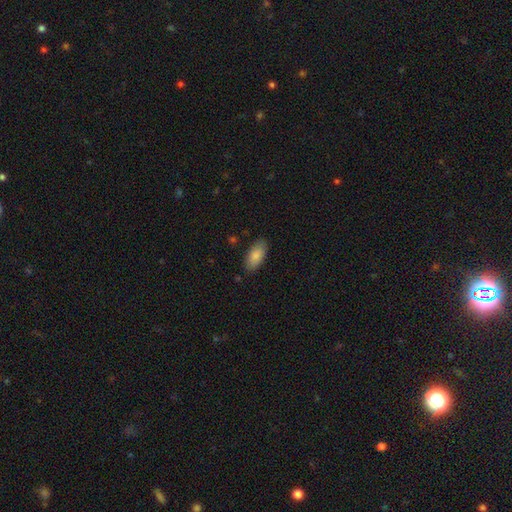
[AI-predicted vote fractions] Smooth or featured? smooth (86%)
How rounded? in between (90%)
Merging? none (85%)